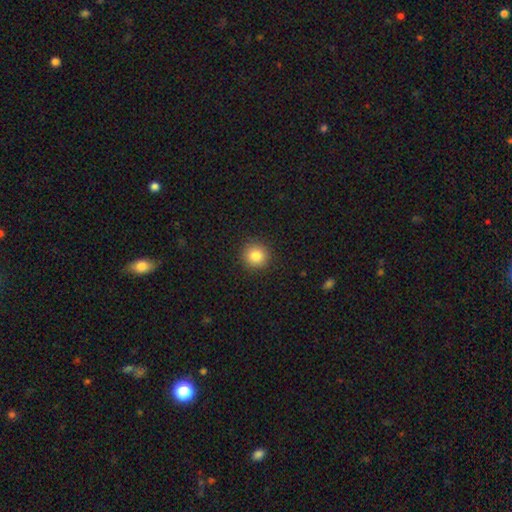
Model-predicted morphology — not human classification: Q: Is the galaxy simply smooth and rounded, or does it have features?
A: smooth — 85%.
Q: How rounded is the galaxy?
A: round — 94%.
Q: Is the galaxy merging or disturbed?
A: none — 92%.